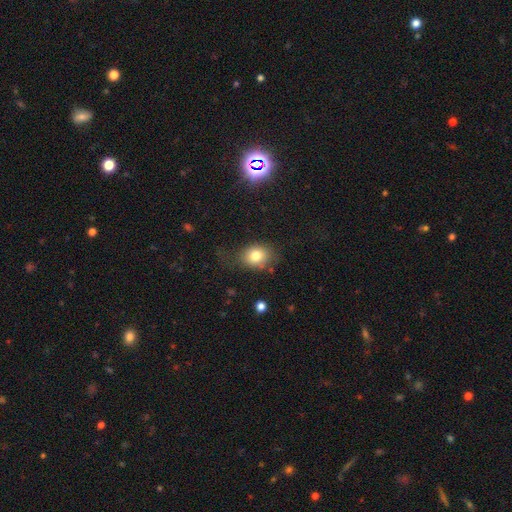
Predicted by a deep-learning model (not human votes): Q: Smooth or featured?
A: smooth (78%); runner-up: star or artifact (11%)
Q: How rounded?
A: round (54%); runner-up: in between (45%)
Q: Merging?
A: none (64%); runner-up: minor disturbance (22%)